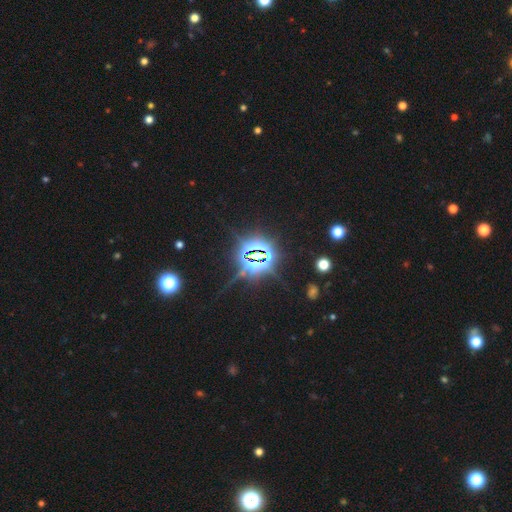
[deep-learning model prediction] smooth_or_featured: star or artifact (p=0.85) [alt: featured or disk p=0.08]